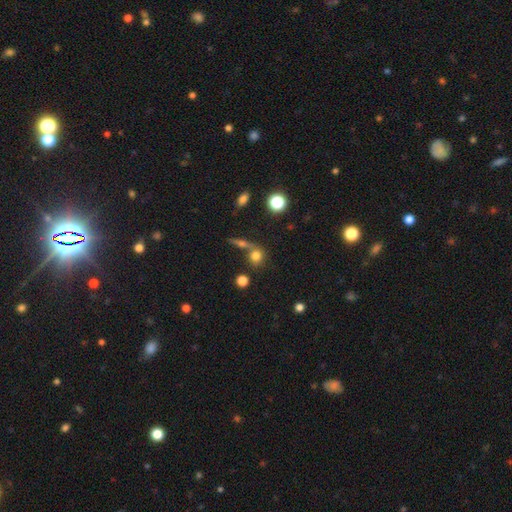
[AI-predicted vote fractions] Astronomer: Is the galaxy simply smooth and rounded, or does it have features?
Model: smooth — 75%.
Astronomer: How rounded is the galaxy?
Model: round — 79%.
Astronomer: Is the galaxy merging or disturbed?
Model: none — 56%.